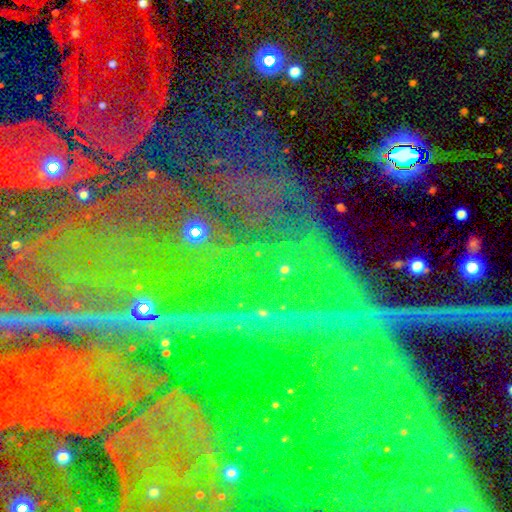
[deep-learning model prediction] The model was most divided on "smooth or featured": star or artifact: 84%, featured or disk: 9%, smooth: 7%.